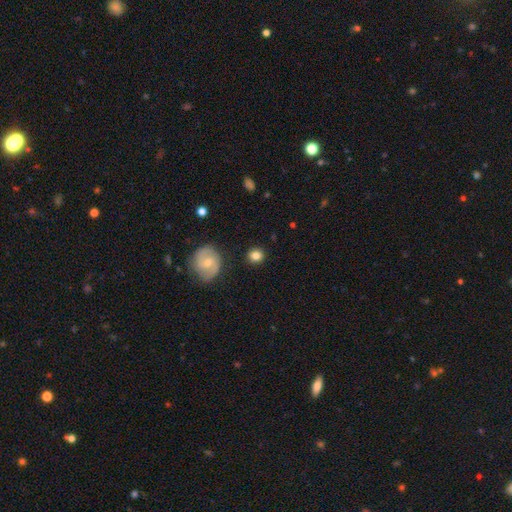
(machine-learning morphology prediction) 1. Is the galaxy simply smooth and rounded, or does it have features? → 80% smooth, 11% featured or disk, 8% star or artifact.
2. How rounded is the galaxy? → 88% round, 11% in between, 1% cigar-shaped.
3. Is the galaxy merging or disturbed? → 87% none, 8% minor disturbance, 2% major disturbance, 2% merger.